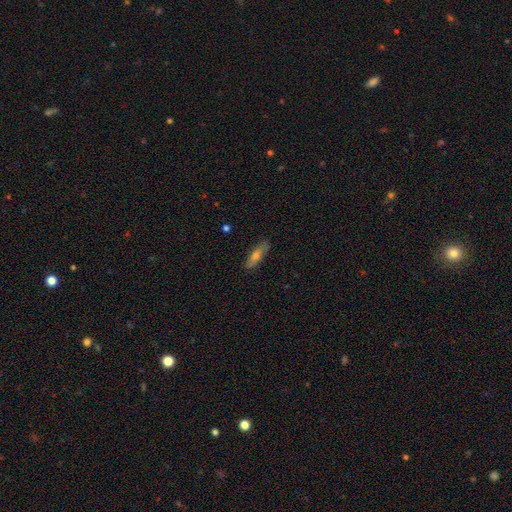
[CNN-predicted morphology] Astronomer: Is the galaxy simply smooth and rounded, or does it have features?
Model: smooth — 57% (runner-up: featured or disk, 36%).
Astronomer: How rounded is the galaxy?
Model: cigar-shaped — 66%.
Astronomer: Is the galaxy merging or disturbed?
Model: none — 85%.